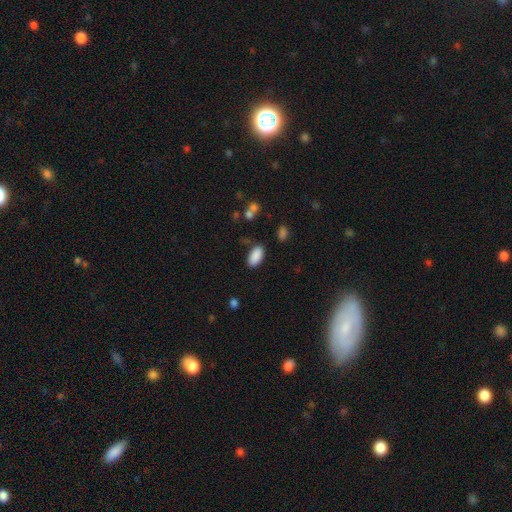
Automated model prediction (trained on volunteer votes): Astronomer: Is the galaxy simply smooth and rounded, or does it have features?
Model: smooth — 89%.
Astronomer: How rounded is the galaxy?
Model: in between — 94%.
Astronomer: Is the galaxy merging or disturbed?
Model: none — 83%.